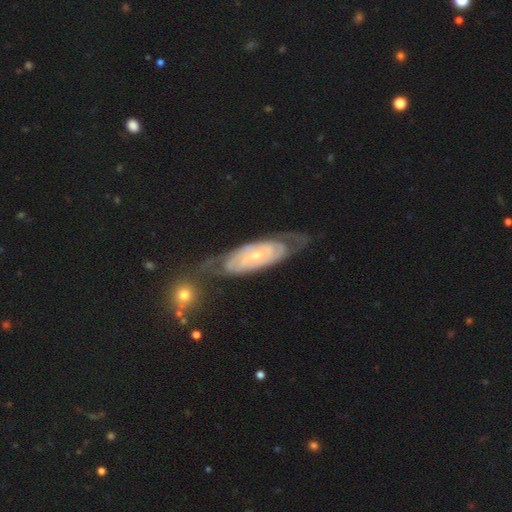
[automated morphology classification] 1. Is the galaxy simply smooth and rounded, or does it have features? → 82% featured or disk, 13% smooth, 5% star or artifact.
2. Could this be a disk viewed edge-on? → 89% no, 11% yes.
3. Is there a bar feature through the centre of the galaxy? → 70% no, 23% weak, 7% strong.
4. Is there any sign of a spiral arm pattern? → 90% yes, 10% no.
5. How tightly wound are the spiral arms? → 75% tight, 19% medium, 5% loose.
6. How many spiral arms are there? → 50% can't tell, 32% 2, 7% 3, 4% 4, 3% 1, 3% more than 4.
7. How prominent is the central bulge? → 70% small, 26% moderate, 2% none, 1% large, 1% dominant.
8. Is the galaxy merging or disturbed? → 58% none, 23% minor disturbance, 12% major disturbance, 7% merger.